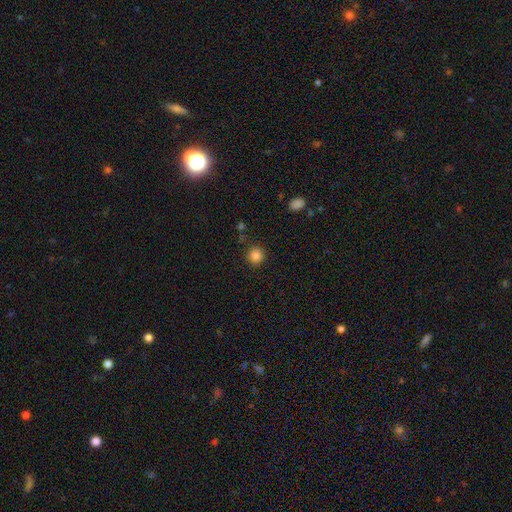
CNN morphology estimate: Smooth or featured? smooth (84%)
How rounded? round (91%)
Merging? none (88%)